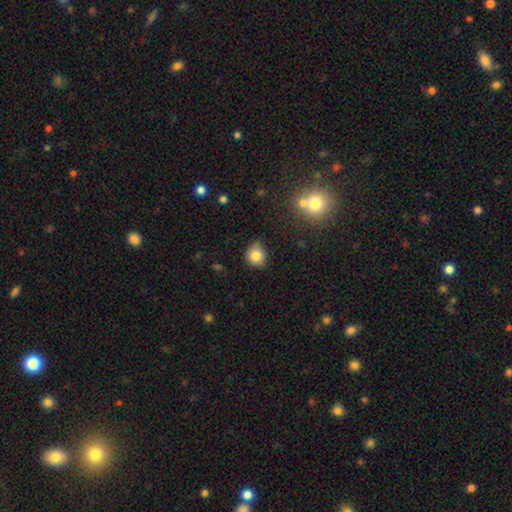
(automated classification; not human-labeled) This appears to be a smooth galaxy with no disk features (81%) that is round (74%). Merging: none (67%).